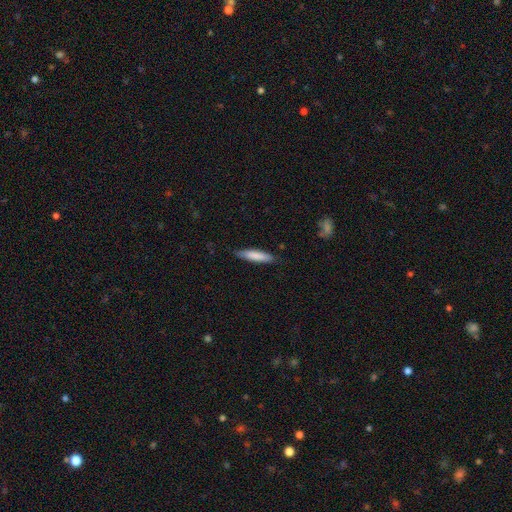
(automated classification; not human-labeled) smooth 81%, featured or disk 13%, star or artifact 5%. Down the decision tree: how rounded — cigar-shaped (80%); merging — none (84%).